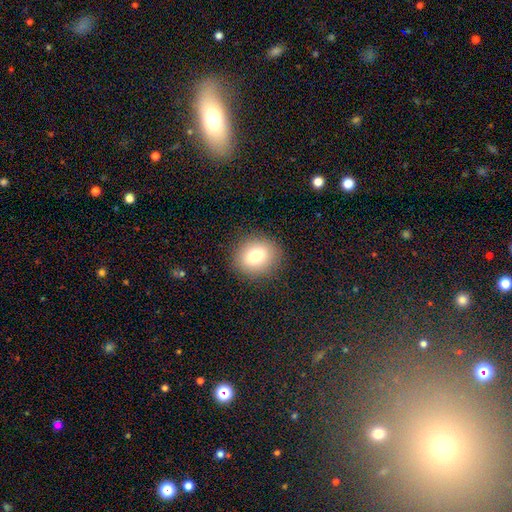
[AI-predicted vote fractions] Smooth or featured? Predicted: smooth (p=0.79). How rounded? Predicted: round (p=0.72). Merging? Predicted: none (p=0.89).